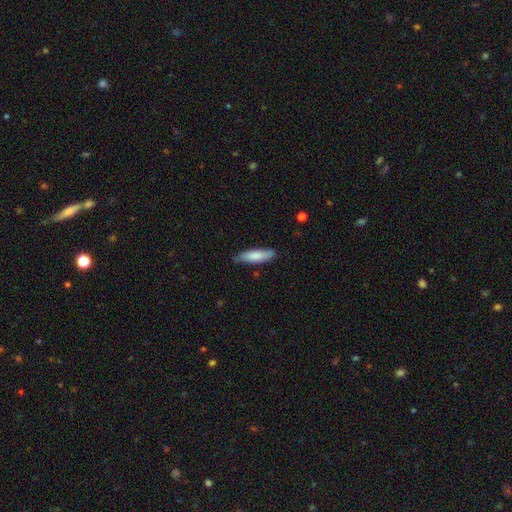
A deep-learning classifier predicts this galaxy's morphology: Smooth or featured?
  - smooth: 76% *
  - featured or disk: 18%
  - star or artifact: 5%
How rounded?
  - cigar-shaped: 64% *
  - in between: 34%
  - round: 1%
Merging?
  - none: 74% *
  - minor disturbance: 21%
  - major disturbance: 3%
  - merger: 2%